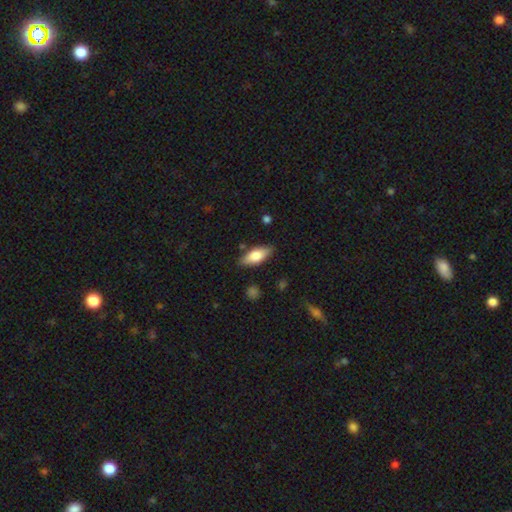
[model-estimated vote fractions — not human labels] Morphology: type=smooth (74%); roundness=in between (79%); merging=none (84%).